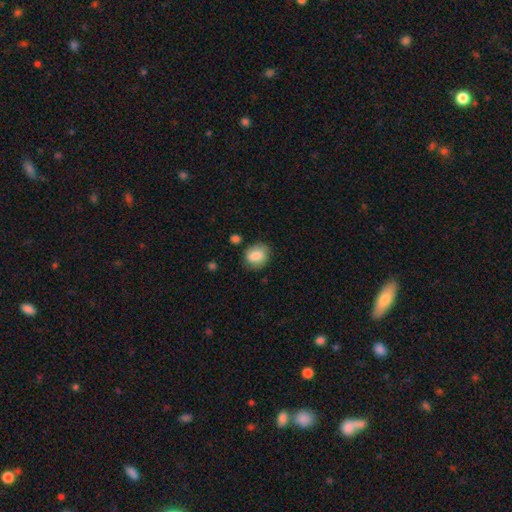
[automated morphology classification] smooth-or-featured: smooth: 79% | featured or disk: 14% | star or artifact: 8%
  how-rounded: round: 52% | in between: 47% | cigar-shaped: 1%
  merging: none: 75% | minor disturbance: 17% | major disturbance: 5% | merger: 3%